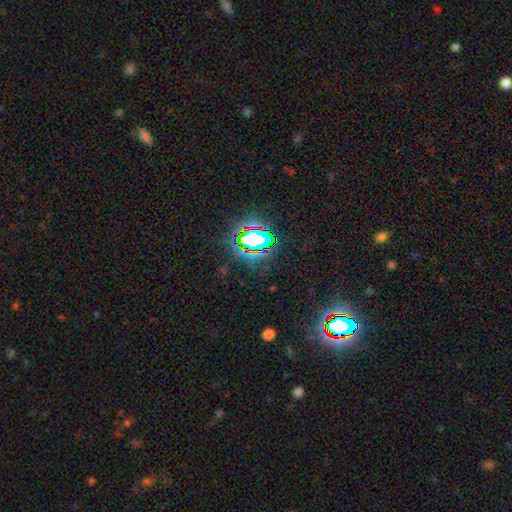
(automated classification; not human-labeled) This is likely a star or artifact rather than a galaxy (77%).